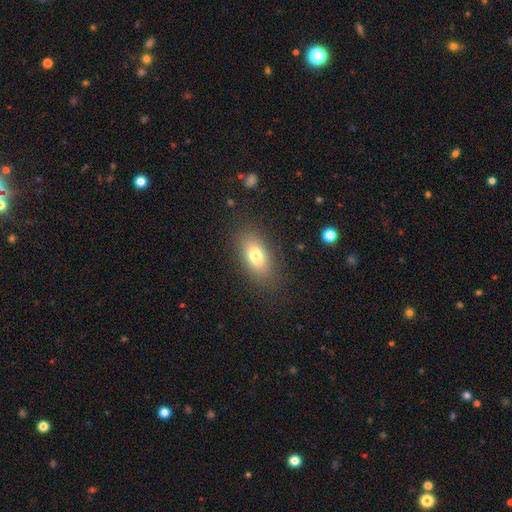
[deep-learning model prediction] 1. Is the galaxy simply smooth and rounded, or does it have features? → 75% smooth, 14% featured or disk, 10% star or artifact.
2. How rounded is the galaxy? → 85% in between, 9% round, 6% cigar-shaped.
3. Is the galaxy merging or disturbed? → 84% none, 10% minor disturbance, 4% major disturbance, 1% merger.